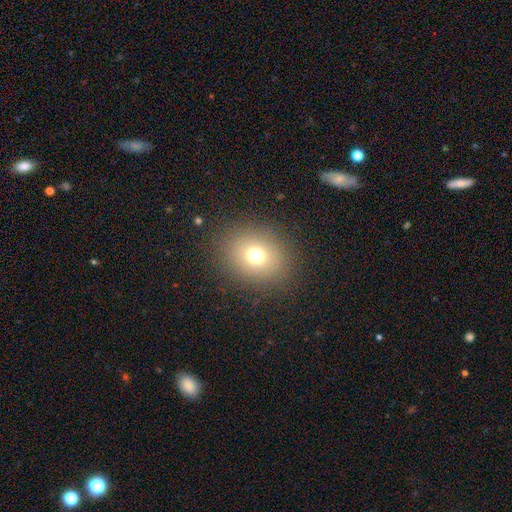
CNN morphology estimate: This is likely a smooth galaxy (70%). How rounded: likely round (66%). Merging: clearly none (86%).